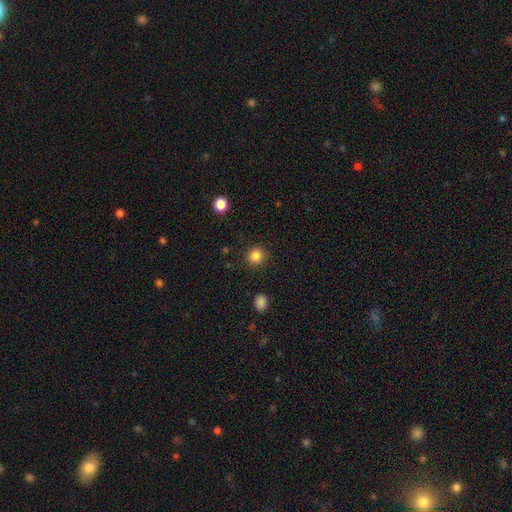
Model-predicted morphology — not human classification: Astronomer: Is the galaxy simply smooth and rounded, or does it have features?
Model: smooth — 85%.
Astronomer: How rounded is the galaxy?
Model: round — 91%.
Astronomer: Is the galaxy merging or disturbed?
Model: none — 89%.